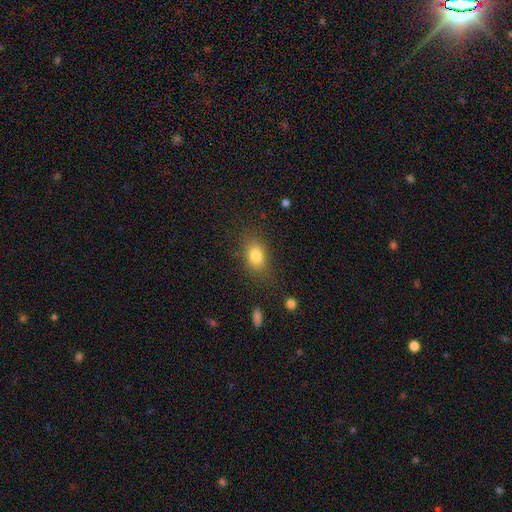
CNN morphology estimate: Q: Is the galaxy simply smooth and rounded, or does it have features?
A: smooth — 80%.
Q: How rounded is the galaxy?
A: in between — 79%.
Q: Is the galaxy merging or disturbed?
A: none — 77%.